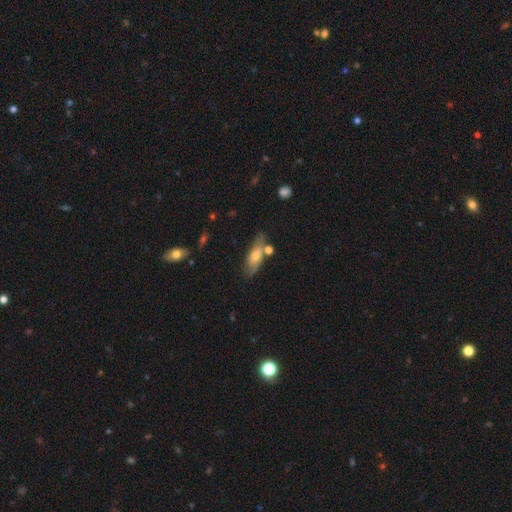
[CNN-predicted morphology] Smooth or featured? smooth (56%)
How rounded? in between (63%)
Merging? none (66%)